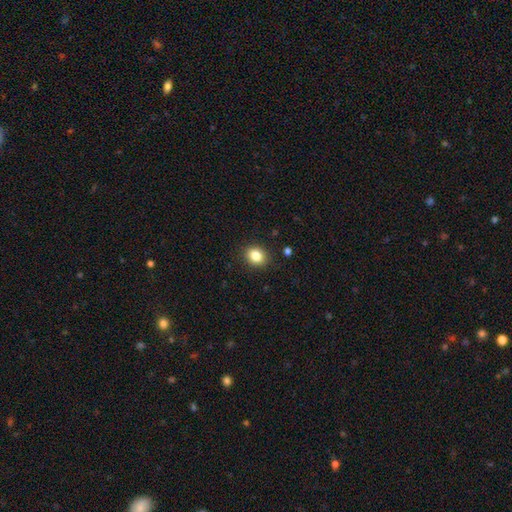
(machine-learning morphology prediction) Smooth or featured?
  - smooth: 83% *
  - star or artifact: 11%
  - featured or disk: 6%
How rounded?
  - round: 62% *
  - in between: 37%
  - cigar-shaped: 1%
Merging?
  - none: 89% *
  - minor disturbance: 8%
  - major disturbance: 2%
  - merger: 1%